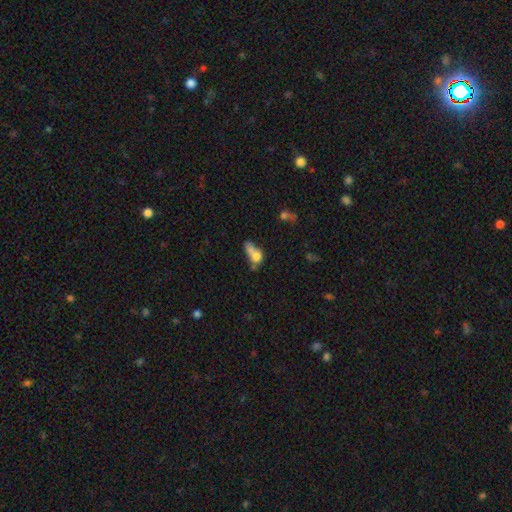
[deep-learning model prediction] smooth 67%, featured or disk 21%, star or artifact 12%. Down the decision tree: how rounded — in between (64%); merging — merger (40%).